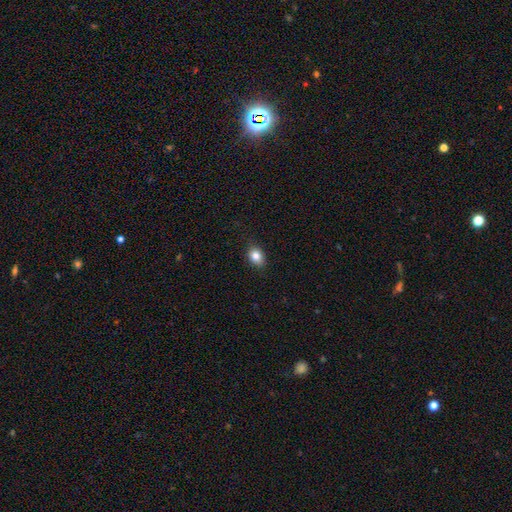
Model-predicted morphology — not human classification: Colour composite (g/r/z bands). It shows a smooth galaxy with no disk features (83%) that is in between round and cigar-shaped (67%). Merging: none (86%).